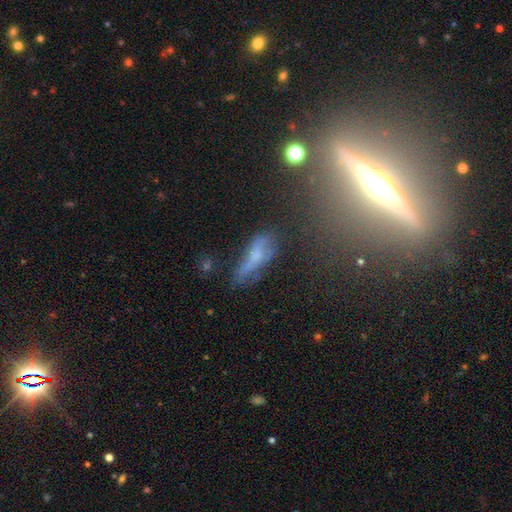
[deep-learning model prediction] smooth 45%, featured or disk 38%, star or artifact 17%. Down the decision tree: merging — none (38%).